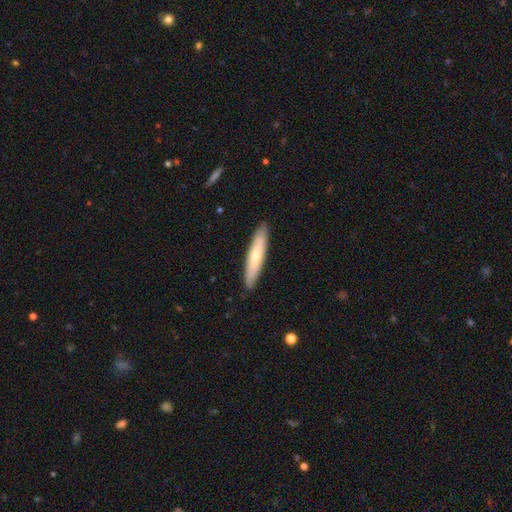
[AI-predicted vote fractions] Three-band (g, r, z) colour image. It shows a smooth galaxy with no disk features (61%) that is cigar-shaped (87%). Merging: none (89%).